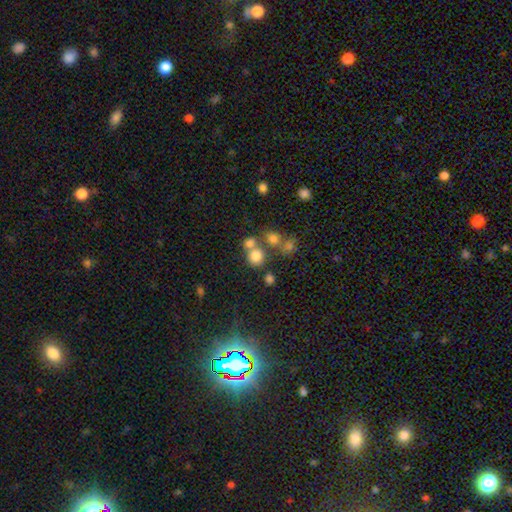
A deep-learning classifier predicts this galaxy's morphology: A smooth galaxy with no disk features (75%) that is round (85%).

Vote fractions:
- Smooth or featured? smooth: 75% / star or artifact: 15% / featured or disk: 10%
- How rounded? round: 85% / in between: 14% / cigar-shaped: 1%
- Merging? none: 56% / merger: 31% / minor disturbance: 8% / major disturbance: 4%